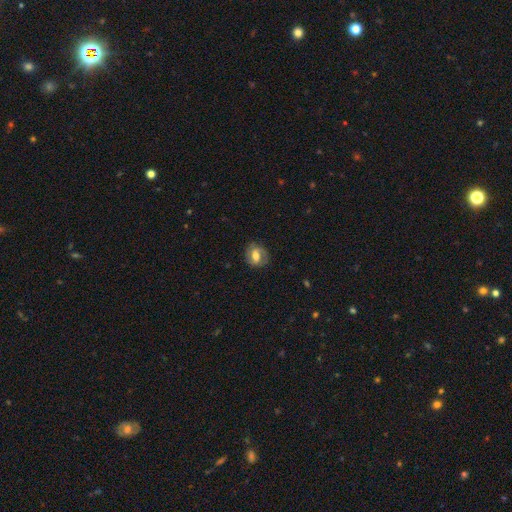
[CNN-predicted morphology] Q: Smooth or featured?
A: featured or disk (57%); runner-up: smooth (35%)
Q: Edge-on disk?
A: no (95%); runner-up: yes (5%)
Q: Bar?
A: weak (44%); runner-up: strong (31%)
Q: Spiral arms?
A: yes (74%); runner-up: no (26%)
Q: Bulge size?
A: moderate (60%); runner-up: large (22%)
Q: Merging?
A: none (78%); runner-up: minor disturbance (15%)